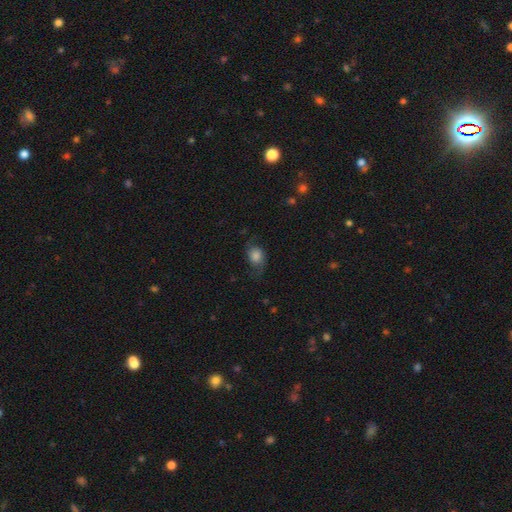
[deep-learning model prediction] Smooth or featured?
  - smooth: 66% *
  - featured or disk: 24%
  - star or artifact: 10%
How rounded?
  - in between: 58% *
  - round: 40%
  - cigar-shaped: 2%
Merging?
  - none: 54% *
  - minor disturbance: 27%
  - major disturbance: 17%
  - merger: 2%